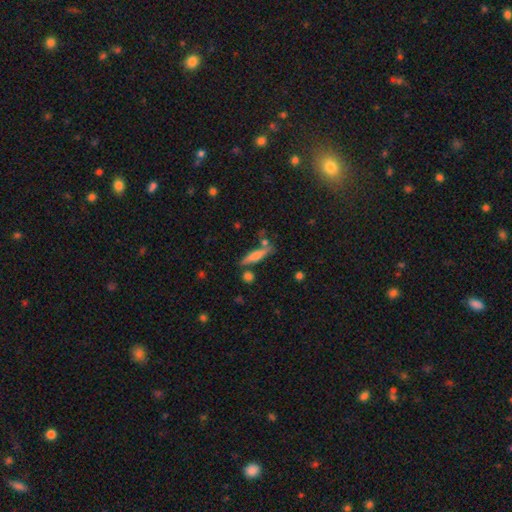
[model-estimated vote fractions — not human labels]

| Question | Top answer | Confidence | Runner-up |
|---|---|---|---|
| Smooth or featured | smooth | 57% | featured or disk (36%) |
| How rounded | cigar-shaped | 84% | in between (14%) |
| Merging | none | 73% | minor disturbance (13%) |